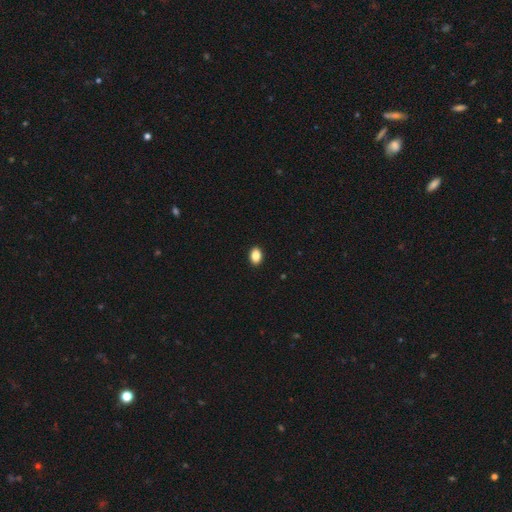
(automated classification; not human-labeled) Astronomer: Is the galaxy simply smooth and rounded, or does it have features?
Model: smooth — 87%.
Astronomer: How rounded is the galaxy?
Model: in between — 79%.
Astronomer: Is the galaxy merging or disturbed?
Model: none — 92%.